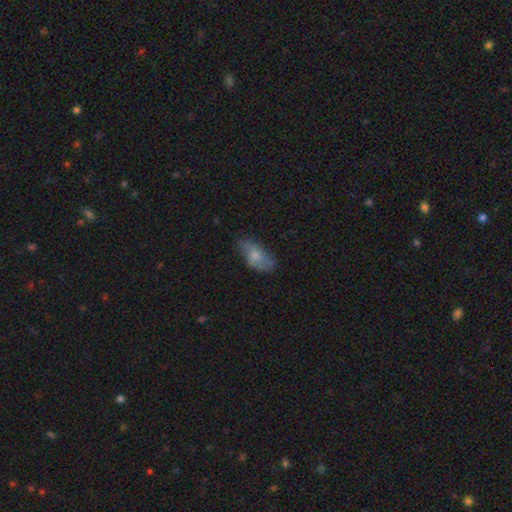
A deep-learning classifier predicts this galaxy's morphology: Smooth or featured?
  - smooth: 66% *
  - featured or disk: 26%
  - star or artifact: 8%
How rounded?
  - in between: 90% *
  - cigar-shaped: 7%
  - round: 4%
Merging?
  - none: 58% *
  - minor disturbance: 30%
  - major disturbance: 11%
  - merger: 2%